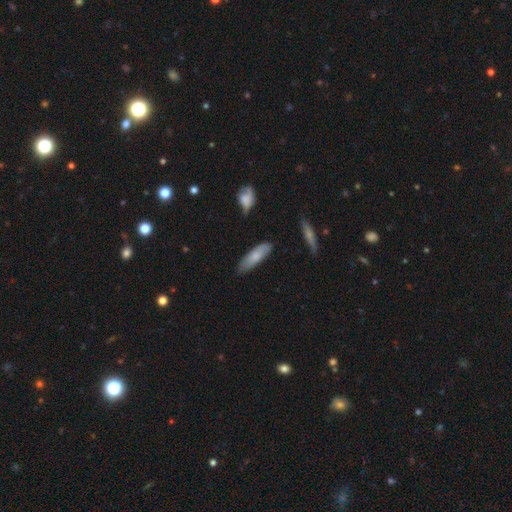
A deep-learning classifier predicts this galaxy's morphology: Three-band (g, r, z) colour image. It shows a smooth galaxy with no disk features (76%) that is cigar-shaped (51%). Merging: none (72%).